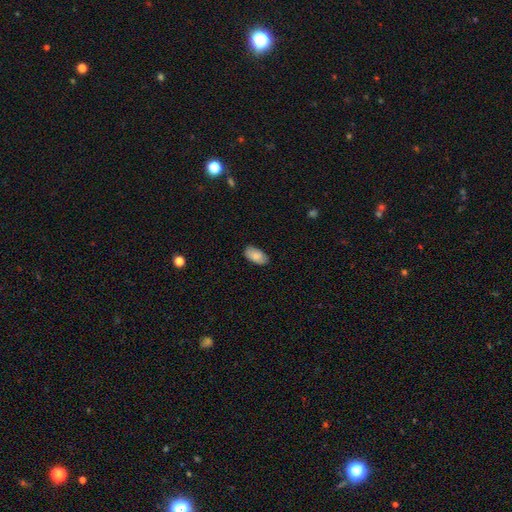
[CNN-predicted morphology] Smooth or featured: smooth — 83% (featured or disk — 10%)
How rounded: in between — 95% (round — 3%)
Merging: none — 82% (minor disturbance — 14%)